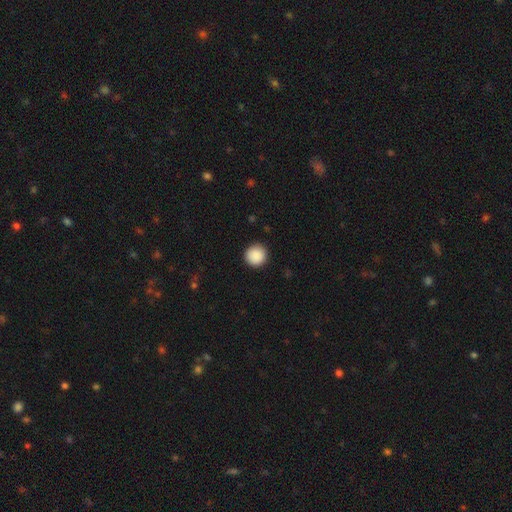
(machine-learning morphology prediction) A smooth galaxy with no disk features (90%) that is round (95%). Merging: none (91%).